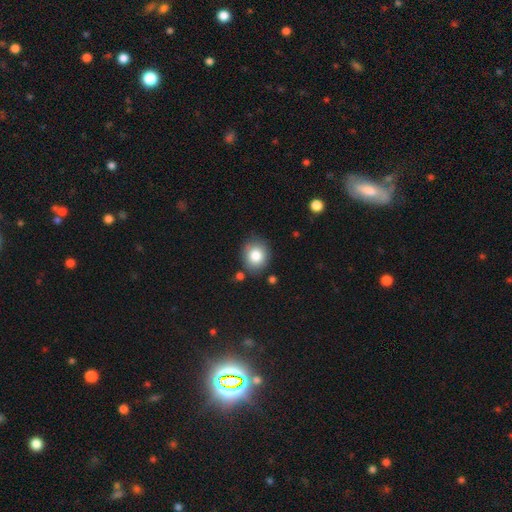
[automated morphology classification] smooth 82%, star or artifact 9%, featured or disk 8%. Down the decision tree: how rounded — round (75%); merging — none (80%).